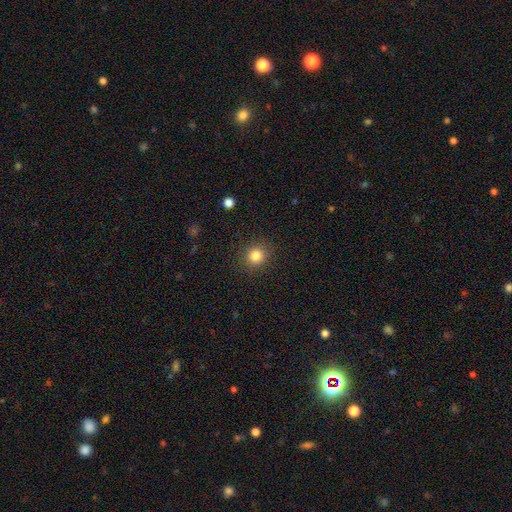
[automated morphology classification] Smooth or featured? smooth (84%)
How rounded? round (88%)
Merging? none (88%)